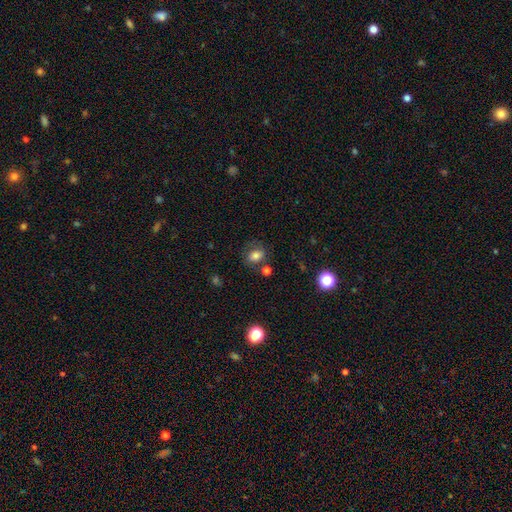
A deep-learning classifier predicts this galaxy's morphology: smooth-or-featured: smooth: 73% | featured or disk: 14% | star or artifact: 12%
  how-rounded: in between: 59% | round: 40% | cigar-shaped: 1%
  merging: none: 65% | minor disturbance: 18% | major disturbance: 9% | merger: 8%